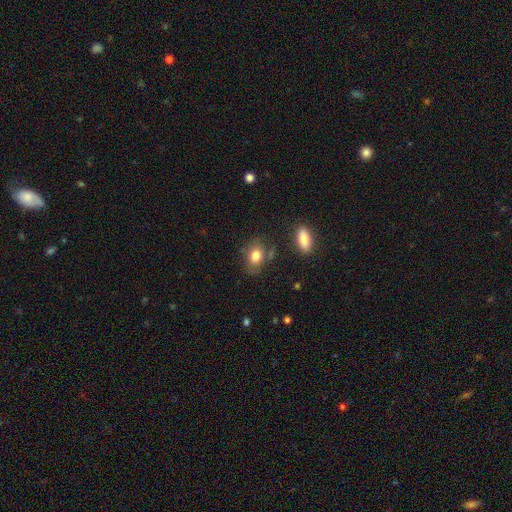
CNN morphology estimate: This appears to be a smooth galaxy with no disk features (78%) that is in between round and cigar-shaped (67%). Merging: none (67%).